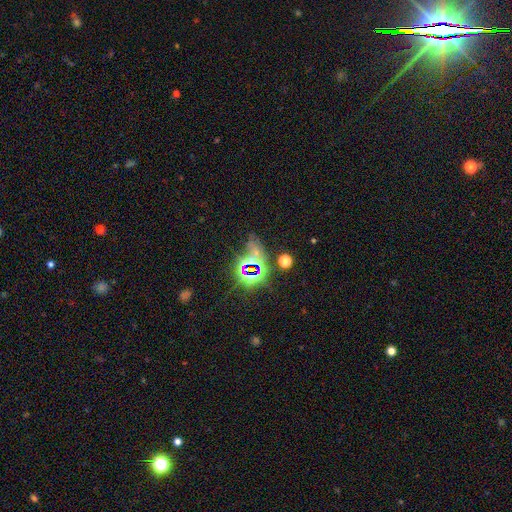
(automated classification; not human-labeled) Q: Smooth or featured?
A: star or artifact (74%); runner-up: smooth (15%)